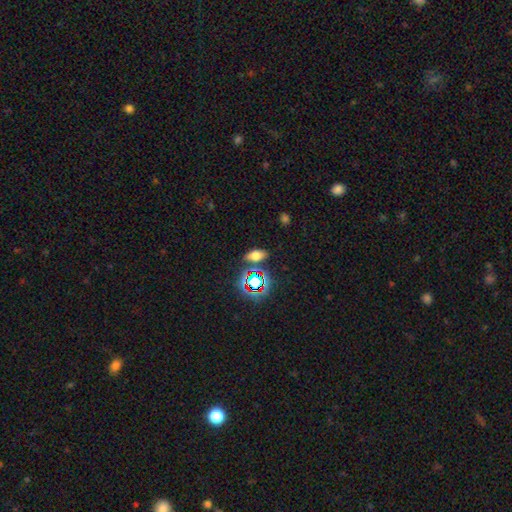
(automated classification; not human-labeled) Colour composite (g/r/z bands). It shows a smooth galaxy with no disk features (60%) that is in between round and cigar-shaped (81%). Merging: none (78%).